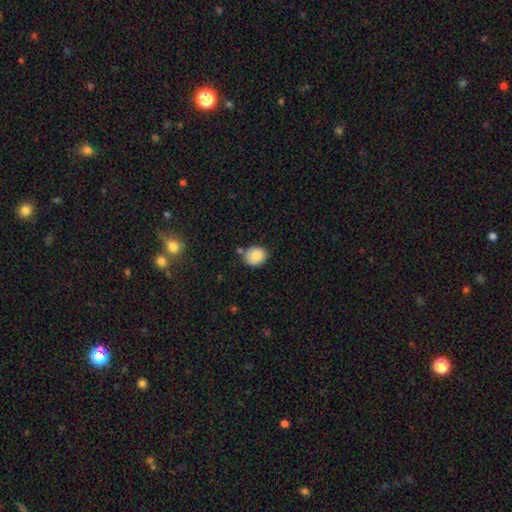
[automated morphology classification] This appears to be a smooth galaxy with no disk features (85%) that is round (69%). Merging: none (73%).